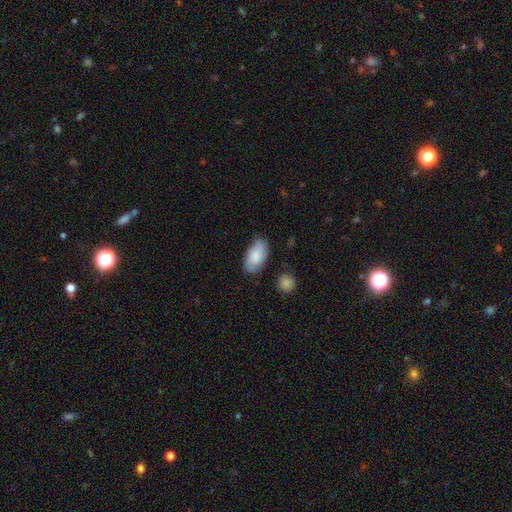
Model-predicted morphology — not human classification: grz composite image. It shows a smooth galaxy with no disk features (75%) that is in between round and cigar-shaped (94%). Merging: none (74%).